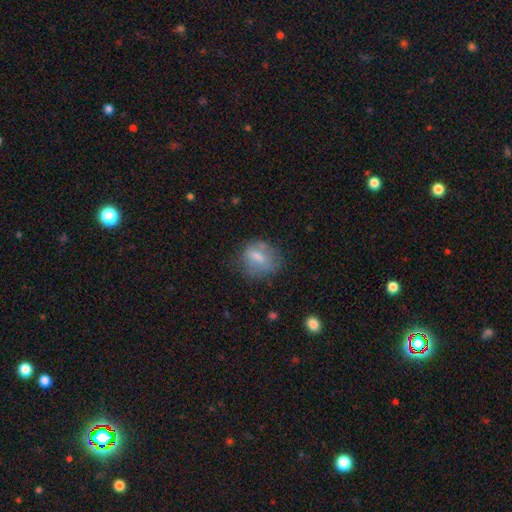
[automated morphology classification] This is likely a smooth galaxy (66%). How rounded: possibly round (52%). Merging: possibly none (58%).